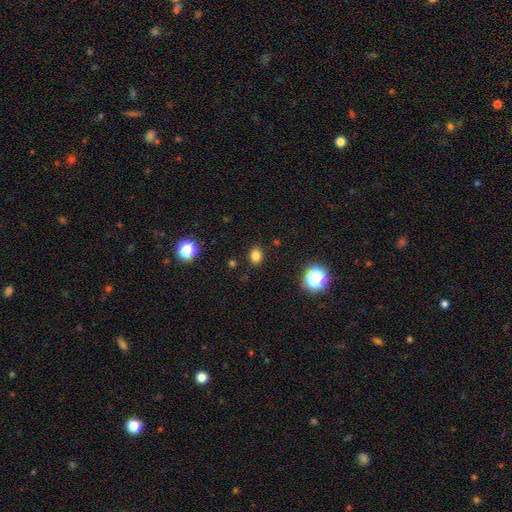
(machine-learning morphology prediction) The model was most divided on "how rounded": round: 51%, in between: 48%, cigar-shaped: 1%. More confident: merging — none (87%); smooth or featured — smooth (79%).